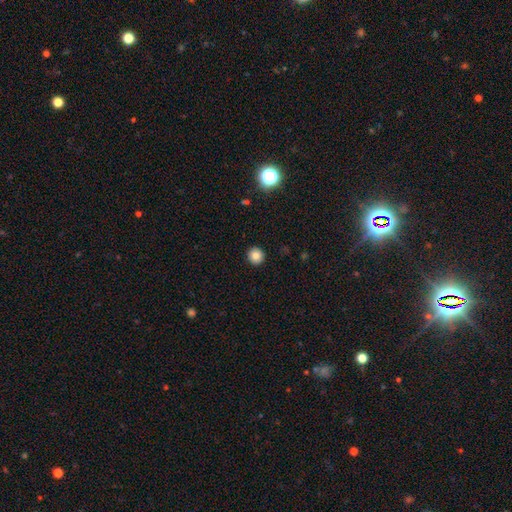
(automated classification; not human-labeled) smooth_or_featured: smooth (p=0.82) [alt: star or artifact p=0.11]
how_rounded: round (p=0.94) [alt: in between p=0.05]
merging: none (p=0.93) [alt: minor disturbance p=0.05]